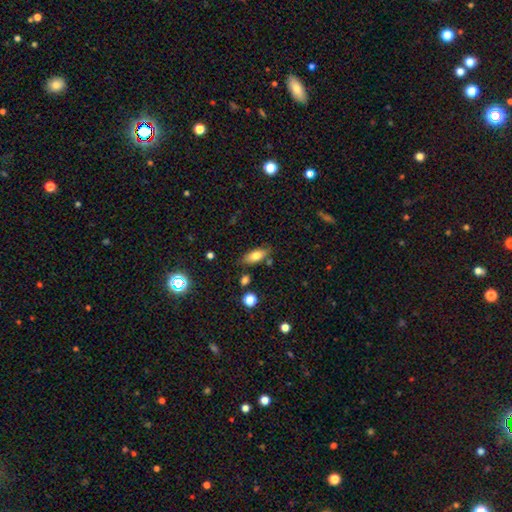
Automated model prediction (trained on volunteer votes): Smooth or featured: smooth — 75% (featured or disk — 16%)
How rounded: in between — 81% (cigar-shaped — 16%)
Merging: none — 77% (minor disturbance — 15%)